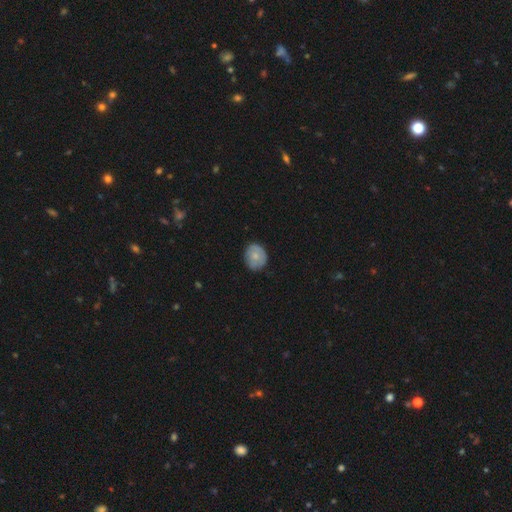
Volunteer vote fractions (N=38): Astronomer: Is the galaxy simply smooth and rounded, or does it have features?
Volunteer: smooth — 82%.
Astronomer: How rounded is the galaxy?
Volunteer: round — 61% (runner-up: in between, 39%).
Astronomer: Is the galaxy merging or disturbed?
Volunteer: none — 81%.